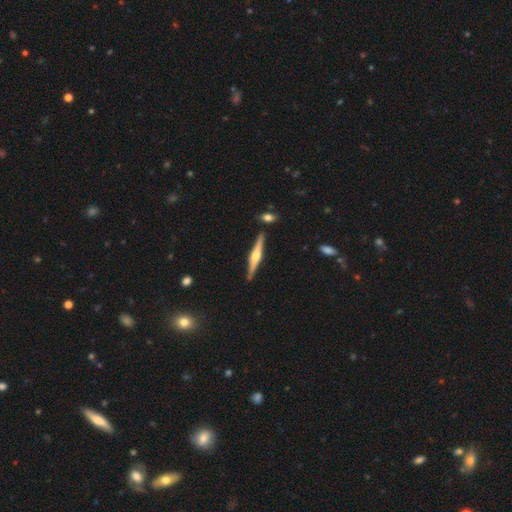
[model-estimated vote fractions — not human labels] Smooth or featured? featured or disk (73%)
Edge-on disk? yes (98%)
Edge-on bulge? rounded (87%)
Merging? none (86%)